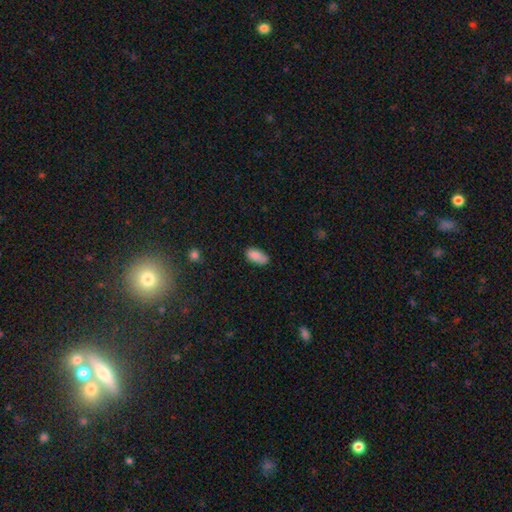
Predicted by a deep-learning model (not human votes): Smooth or featured?
  - smooth: 85% *
  - star or artifact: 8%
  - featured or disk: 7%
How rounded?
  - in between: 91% *
  - cigar-shaped: 6%
  - round: 3%
Merging?
  - none: 64% *
  - minor disturbance: 27%
  - major disturbance: 5%
  - merger: 4%